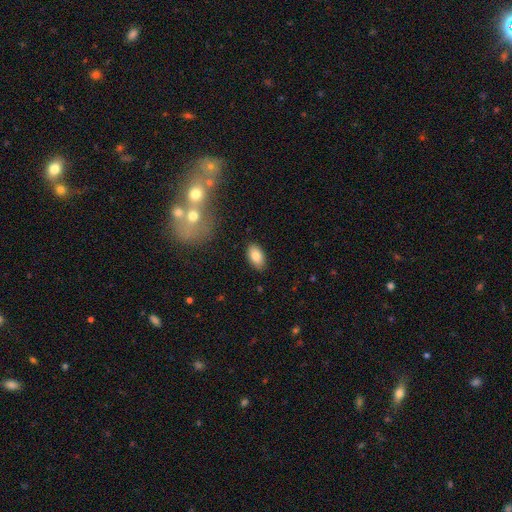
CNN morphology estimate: The model was most divided on "smooth or featured": smooth: 82%, featured or disk: 10%, star or artifact: 8%. More confident: how rounded — in between (93%); merging — none (86%).